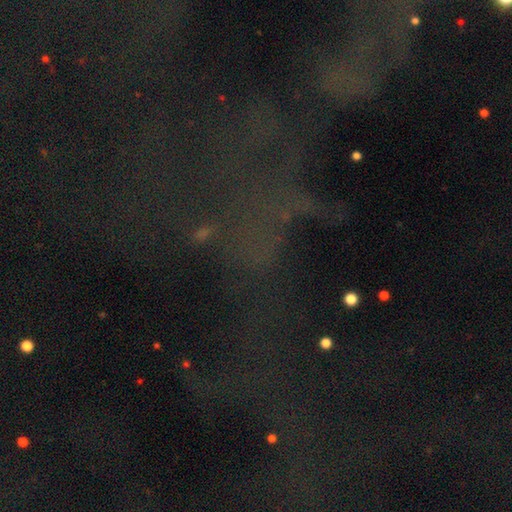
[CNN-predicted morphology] Smooth or featured: star or artifact — 63% (featured or disk — 19%)